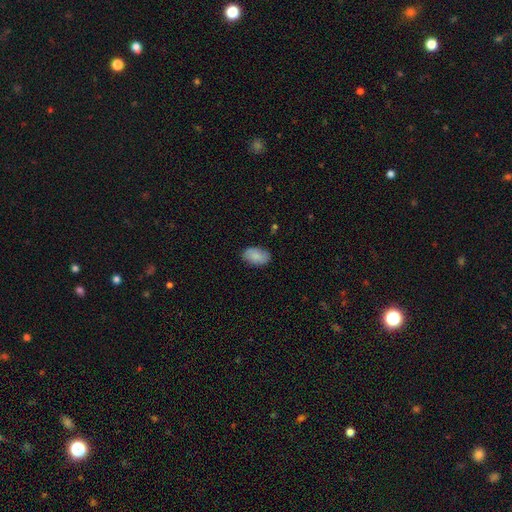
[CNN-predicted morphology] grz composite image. It shows a smooth galaxy with no disk features (83%) that is in between round and cigar-shaped (92%). Merging: none (83%).